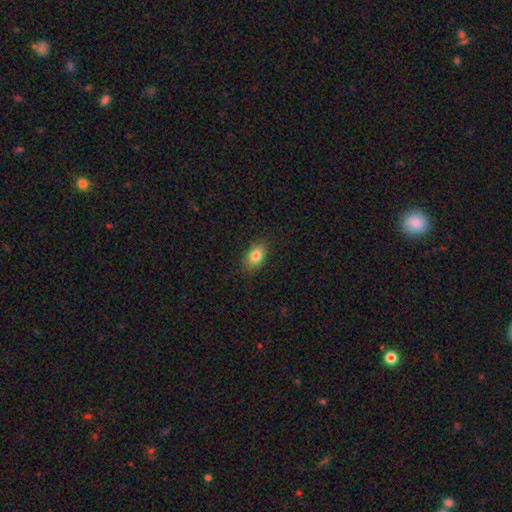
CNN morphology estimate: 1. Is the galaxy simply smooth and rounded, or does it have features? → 83% smooth, 9% star or artifact, 9% featured or disk.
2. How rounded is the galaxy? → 85% in between, 12% round, 2% cigar-shaped.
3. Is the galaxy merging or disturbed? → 85% none, 12% minor disturbance, 3% major disturbance, 1% merger.